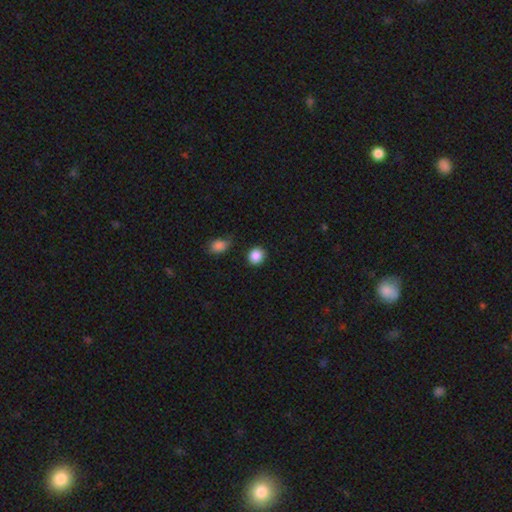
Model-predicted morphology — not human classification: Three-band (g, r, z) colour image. It shows a smooth galaxy with no disk features (88%) that is round (84%). Merging: none (87%).